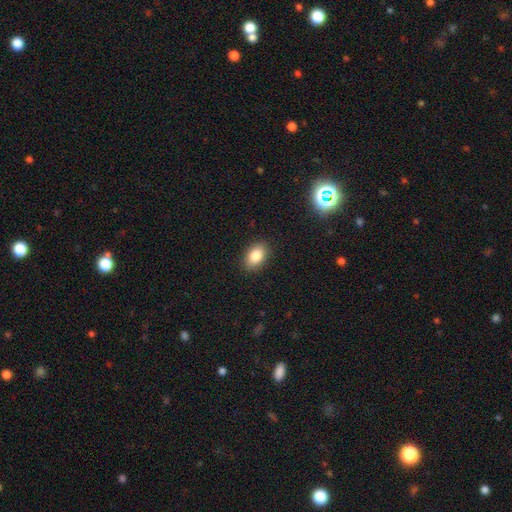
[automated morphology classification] smooth-or-featured: smooth: 85% | star or artifact: 9% | featured or disk: 7%
  how-rounded: in between: 87% | round: 12% | cigar-shaped: 1%
  merging: none: 89% | minor disturbance: 8% | major disturbance: 2% | merger: 1%